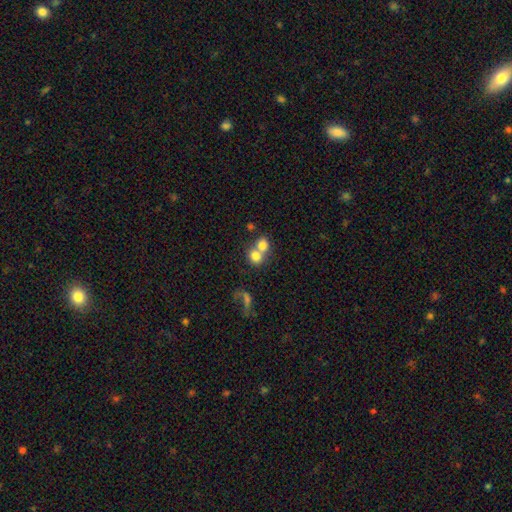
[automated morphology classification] Overall: smooth (74%). How rounded: round (72%). Merging: merger (62%; none 28%).